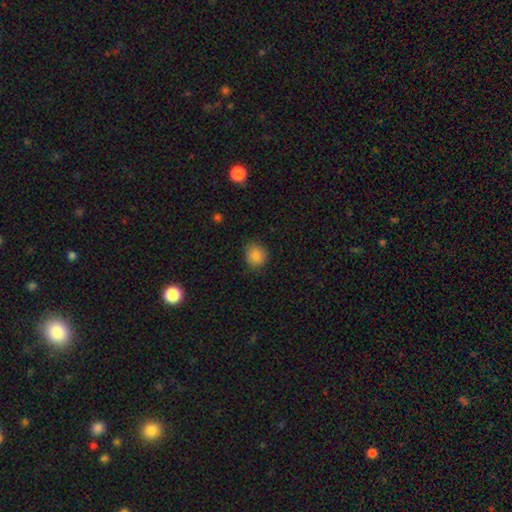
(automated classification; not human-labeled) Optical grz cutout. It shows a smooth galaxy with no disk features (85%) that is round (79%). Merging: none (82%).